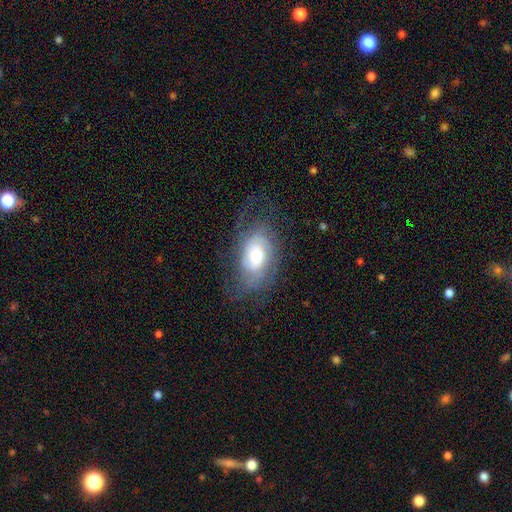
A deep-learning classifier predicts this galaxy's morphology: smooth-or-featured: featured or disk: 64% | smooth: 28% | star or artifact: 8%
  disk-edge-on: no: 95% | yes: 5%
    bar: no: 73% | weak: 23% | strong: 4%
    has-spiral-arms: yes: 85% | no: 15%
      spiral-winding: tight: 46% | medium: 37% | loose: 18%
      spiral-arm-count: can't tell: 46% | 2: 27% | 3: 11% | 1: 7% | 4: 6% | more than 4: 4%
    bulge-size: large: 41% | moderate: 38% | small: 12% | dominant: 6% | none: 3%
  merging: none: 57% | minor disturbance: 22% | major disturbance: 19% | merger: 1%